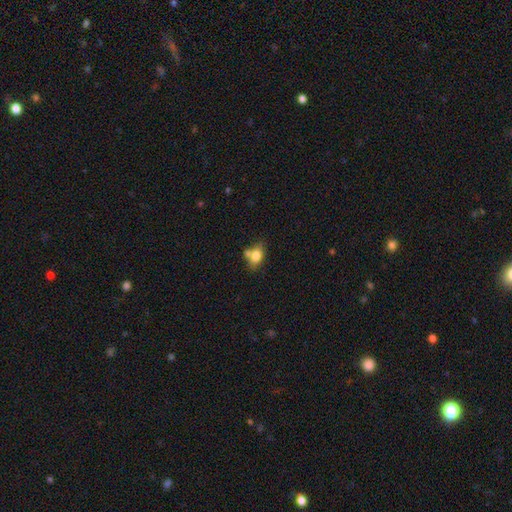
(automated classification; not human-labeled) Q: Smooth or featured?
A: smooth (77%); runner-up: featured or disk (14%)
Q: How rounded?
A: in between (75%); runner-up: round (23%)
Q: Merging?
A: none (49%); runner-up: merger (31%)